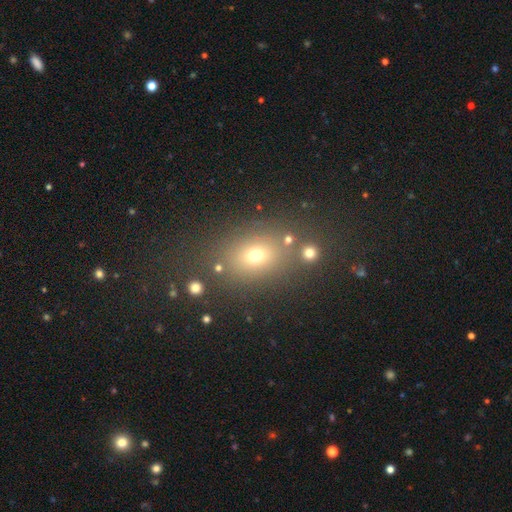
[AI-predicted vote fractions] This is likely a smooth galaxy (65%). How rounded: likely in between (60%). Merging: likely none (76%).